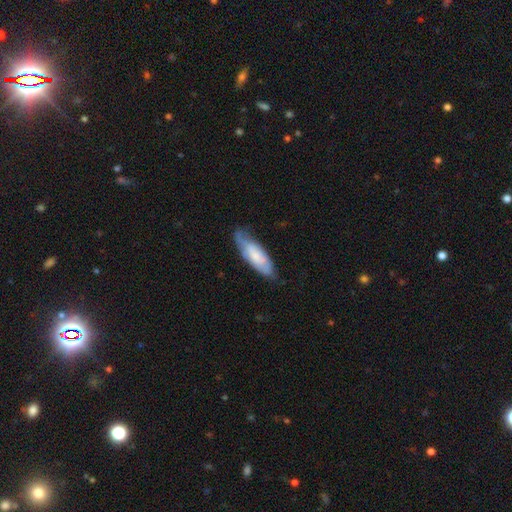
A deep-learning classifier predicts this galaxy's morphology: Smooth or featured? Predicted: smooth (p=0.57). How rounded? Predicted: in between (p=0.60). Merging? Predicted: none (p=0.59).